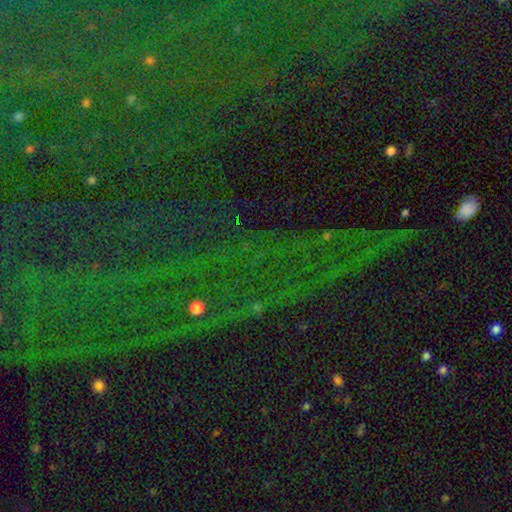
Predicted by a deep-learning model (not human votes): A star or artifact, not a galaxy (82%).